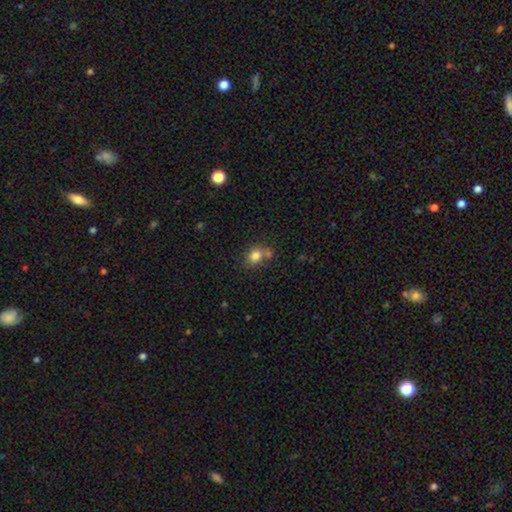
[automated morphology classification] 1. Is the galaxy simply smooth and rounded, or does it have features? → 80% smooth, 11% star or artifact, 9% featured or disk.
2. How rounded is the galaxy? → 55% round, 44% in between, 1% cigar-shaped.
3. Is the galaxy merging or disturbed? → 56% none, 22% merger, 16% minor disturbance, 5% major disturbance.